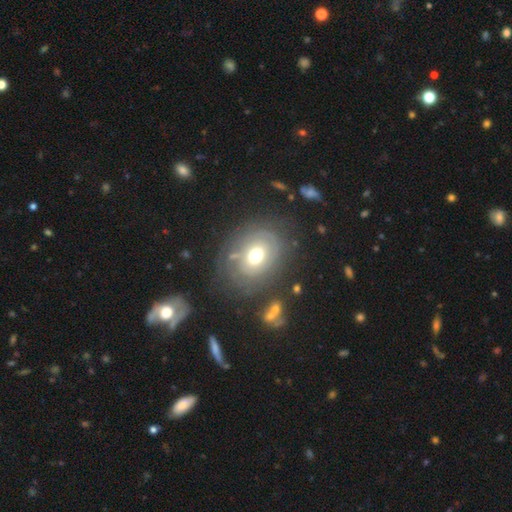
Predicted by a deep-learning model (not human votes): This appears to be a featured or disk galaxy (51%). Merging: none (66%).